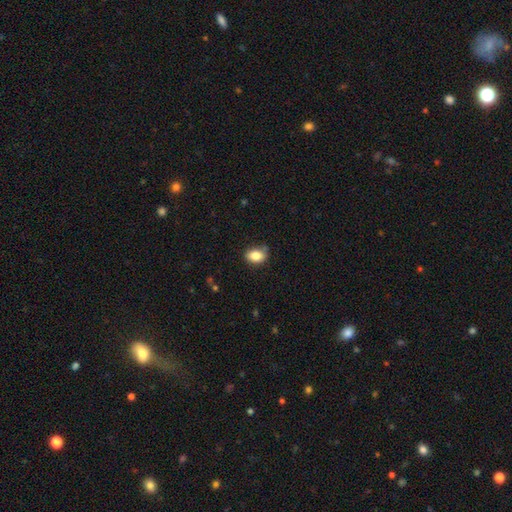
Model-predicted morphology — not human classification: A smooth galaxy with no disk features (84%) that is in between round and cigar-shaped (77%).

Vote fractions:
- Smooth or featured? smooth: 84% / star or artifact: 9% / featured or disk: 8%
- How rounded? in between: 77% / round: 22% / cigar-shaped: 1%
- Merging? none: 77% / minor disturbance: 17% / major disturbance: 3% / merger: 2%